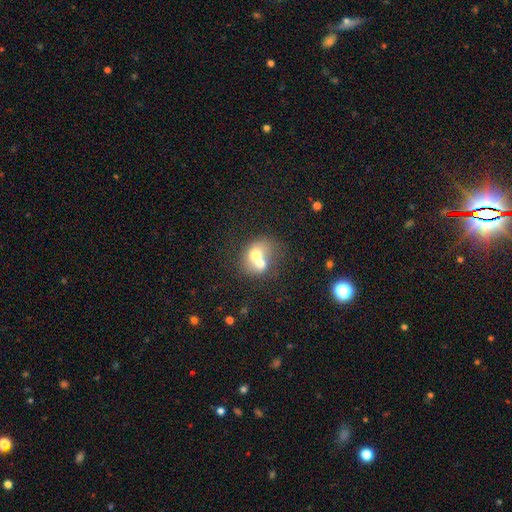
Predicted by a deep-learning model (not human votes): smooth_or_featured: smooth (p=0.60) [alt: featured or disk p=0.30]
how_rounded: round (p=0.59) [alt: in between p=0.40]
merging: merger (p=0.69) [alt: none p=0.20]